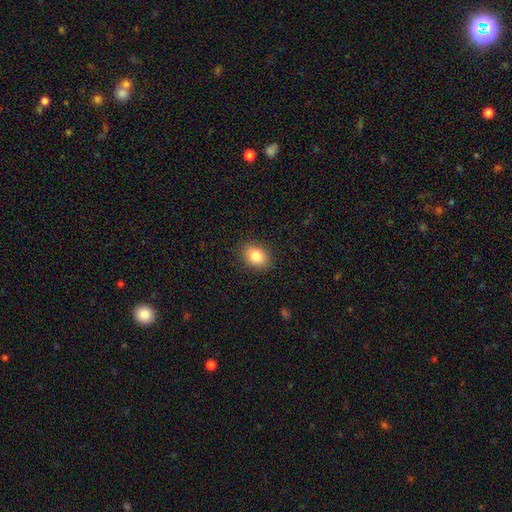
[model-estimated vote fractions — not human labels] Overall: smooth (84%). How rounded: in between (67%; round 32%). Merging: none (89%).